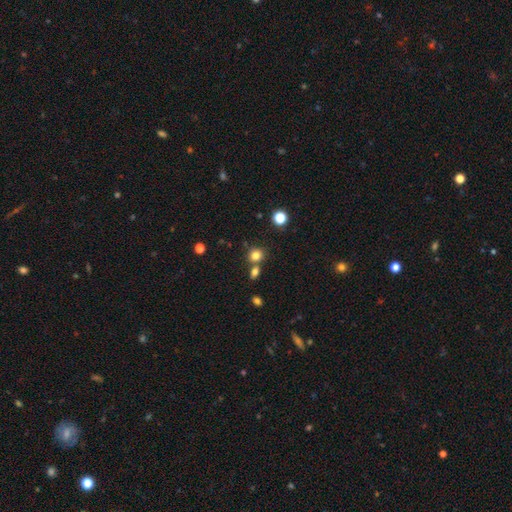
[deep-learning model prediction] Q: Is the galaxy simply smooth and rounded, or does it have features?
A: smooth — 80%.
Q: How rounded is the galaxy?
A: round — 81%.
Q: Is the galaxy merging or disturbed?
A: none — 65%.